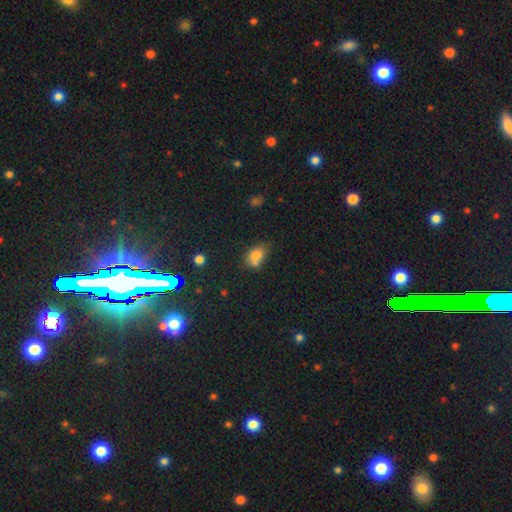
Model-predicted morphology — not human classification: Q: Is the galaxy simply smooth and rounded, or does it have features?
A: smooth — 76%.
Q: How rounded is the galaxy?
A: in between — 64%.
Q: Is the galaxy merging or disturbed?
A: none — 40%.